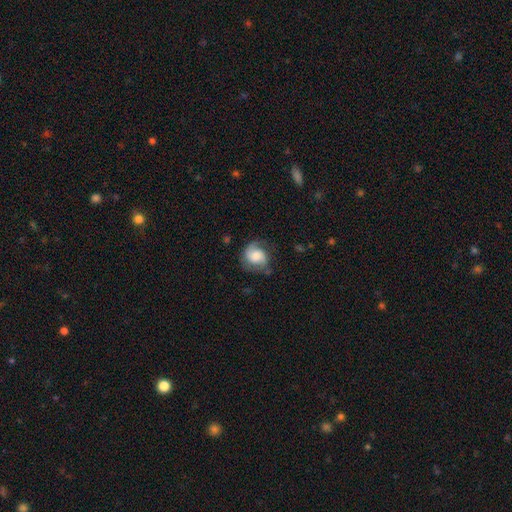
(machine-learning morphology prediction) type=featured or disk (58%); edge-on=no (98%); bar=no (59%); spiral arms=yes (91%); winding=medium (44%); arm count=2 (74%); bulge=moderate (37%); merging=none (64%).